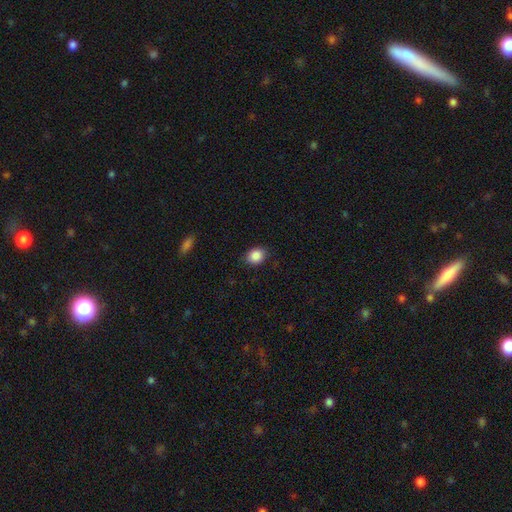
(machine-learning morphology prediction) The model was most divided on "how rounded": round: 52%, in between: 47%, cigar-shaped: 1%. More confident: smooth or featured — smooth (88%); merging — none (86%).